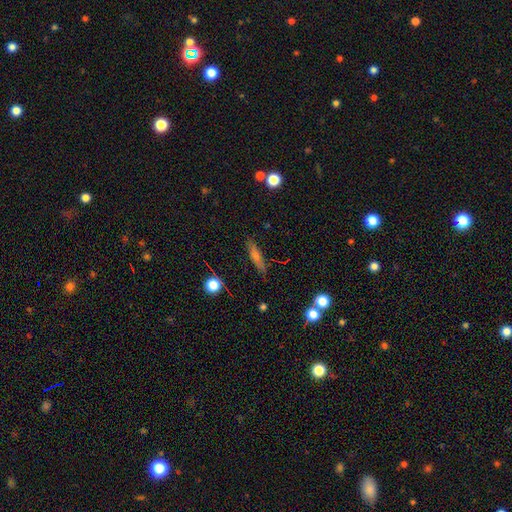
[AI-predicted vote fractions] The model was most divided on "smooth or featured": smooth: 54%, featured or disk: 36%, star or artifact: 11%. More confident: merging — none (84%); how rounded — cigar-shaped (80%).